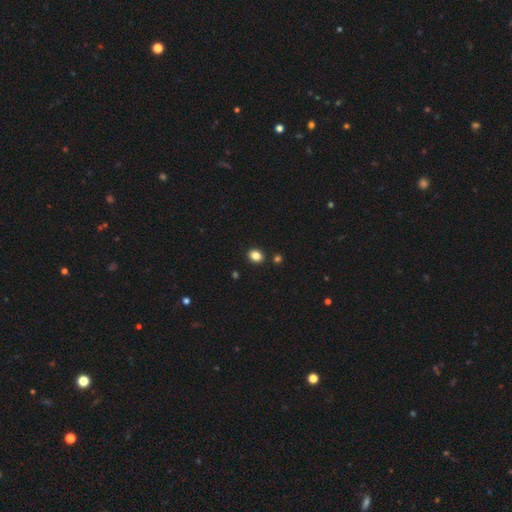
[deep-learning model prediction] Overall: smooth (85%). How rounded: round (50%; in between 49%). Merging: none (88%).